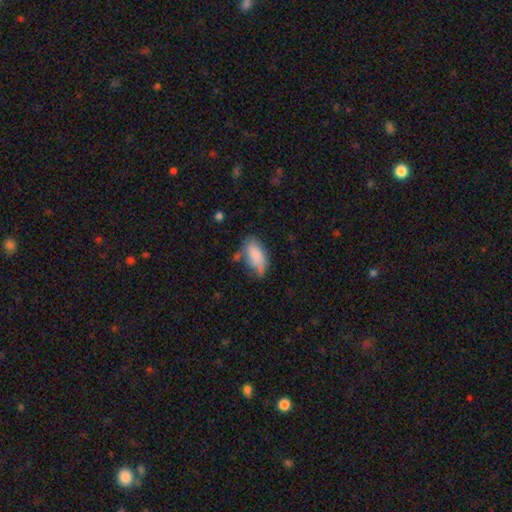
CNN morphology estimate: smooth-or-featured: smooth: 81% | featured or disk: 12% | star or artifact: 7%
  how-rounded: in between: 90% | cigar-shaped: 7% | round: 3%
  merging: none: 46% | minor disturbance: 33% | major disturbance: 13% | merger: 8%